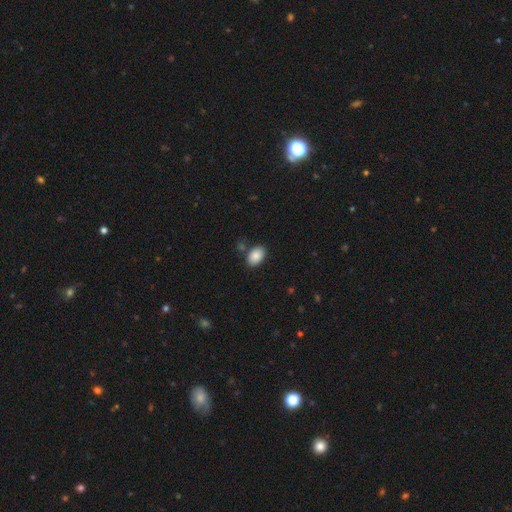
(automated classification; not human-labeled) Q: Smooth or featured?
A: smooth (88%); runner-up: star or artifact (7%)
Q: How rounded?
A: in between (88%); runner-up: round (11%)
Q: Merging?
A: none (79%); runner-up: minor disturbance (11%)